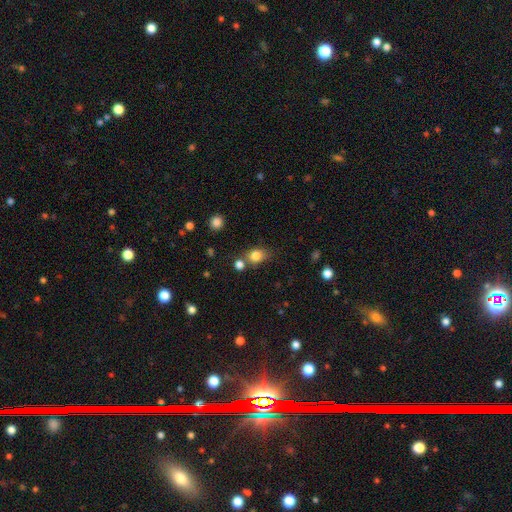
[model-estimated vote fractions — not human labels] smooth_or_featured: smooth (p=0.82) [alt: star or artifact p=0.11]
how_rounded: in between (p=0.51) [alt: round p=0.48]
merging: none (p=0.61) [alt: merger p=0.17]